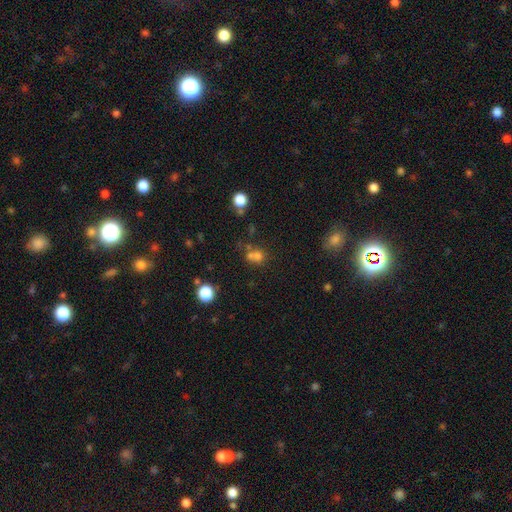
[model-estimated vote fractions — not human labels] This appears to be a smooth galaxy with no disk features (67%) that is round (71%). Merging: merger (43%).